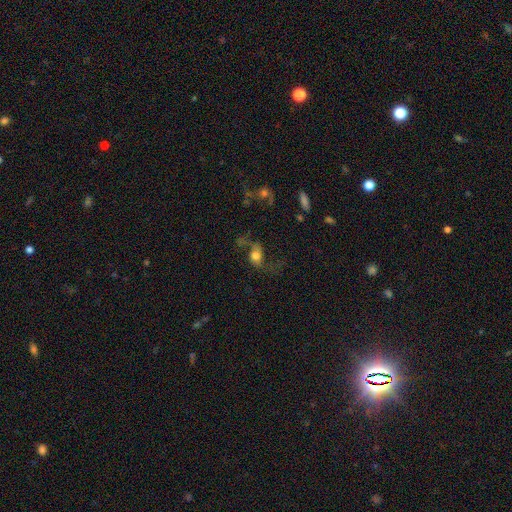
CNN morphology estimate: Smooth or featured: featured or disk — 50% (smooth — 37%)
Edge-on disk: no — 93% (yes — 7%)
Merging: none — 45% (major disturbance — 32%)